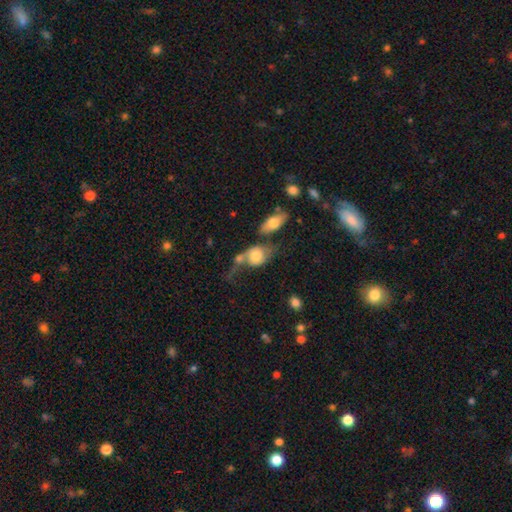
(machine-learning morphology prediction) Overall: smooth (60%; featured or disk 32%). How rounded: in between (61%; round 37%). Merging: merger (45%; major disturbance 23%).